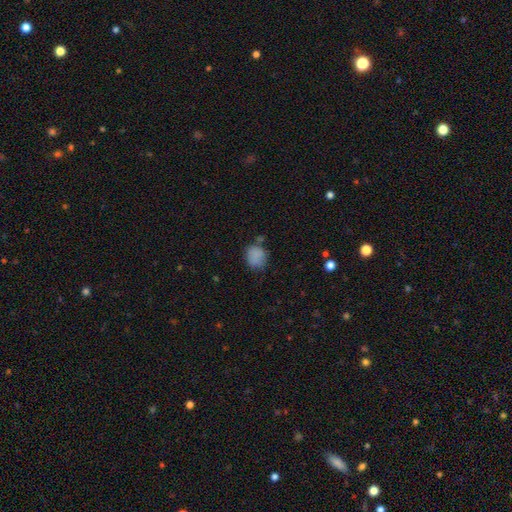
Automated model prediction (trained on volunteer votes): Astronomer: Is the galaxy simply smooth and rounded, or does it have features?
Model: smooth — 82%.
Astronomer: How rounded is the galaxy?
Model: round — 58% (runner-up: in between, 41%).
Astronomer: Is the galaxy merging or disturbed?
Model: none — 58%.